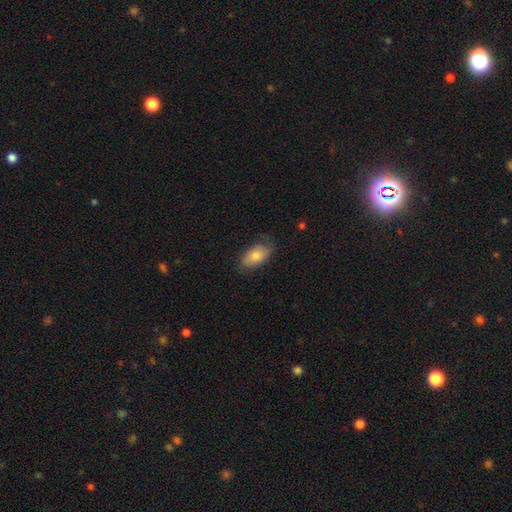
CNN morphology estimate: Q: Smooth or featured?
A: smooth (75%); runner-up: featured or disk (18%)
Q: How rounded?
A: in between (92%); runner-up: cigar-shaped (4%)
Q: Merging?
A: none (73%); runner-up: minor disturbance (21%)